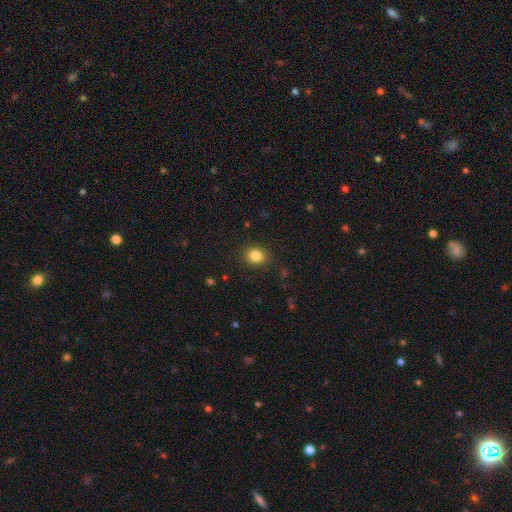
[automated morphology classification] A smooth galaxy with no disk features (84%) that is round (73%). Merging: none (89%).